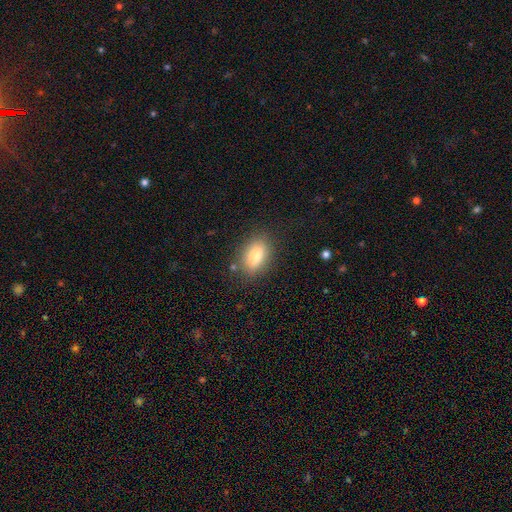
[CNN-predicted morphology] Smooth or featured? Predicted: smooth (p=0.77). How rounded? Predicted: in between (p=0.83). Merging? Predicted: none (p=0.82).